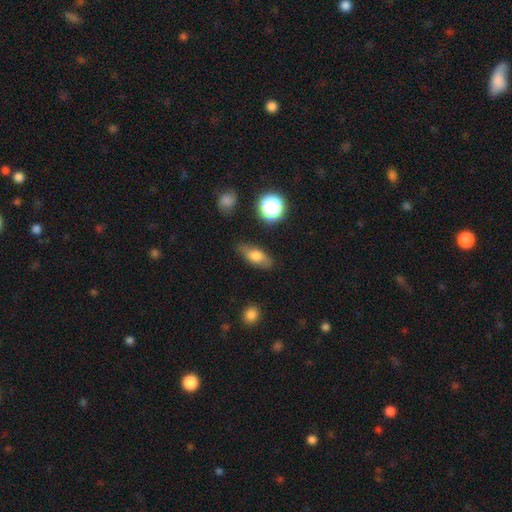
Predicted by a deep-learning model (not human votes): smooth_or_featured: smooth (p=0.68) [alt: featured or disk p=0.22]
how_rounded: in between (p=0.74) [alt: cigar-shaped p=0.19]
merging: none (p=0.78) [alt: minor disturbance p=0.16]